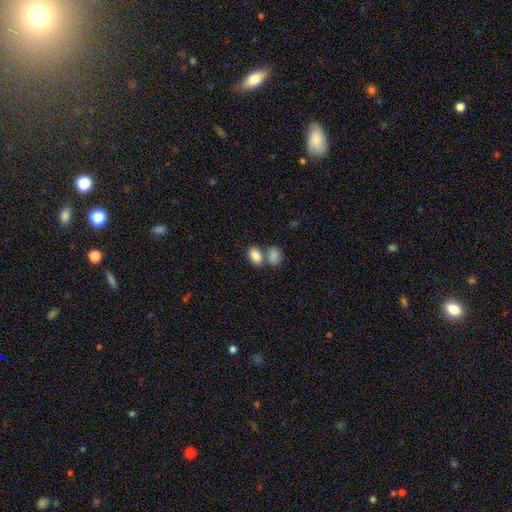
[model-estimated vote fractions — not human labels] Morphology: type=smooth (85%); roundness=in between (88%); merging=none (43%, tied with merger).